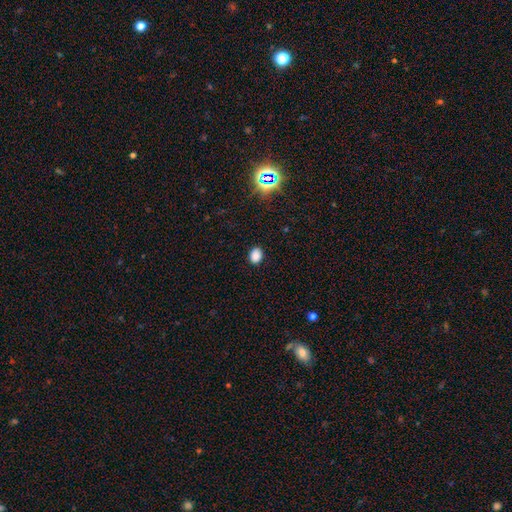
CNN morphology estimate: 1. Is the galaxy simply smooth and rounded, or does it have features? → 83% smooth, 14% star or artifact, 3% featured or disk.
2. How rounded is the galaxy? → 61% in between, 38% round, 1% cigar-shaped.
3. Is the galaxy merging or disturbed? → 88% none, 9% minor disturbance, 2% major disturbance, 1% merger.